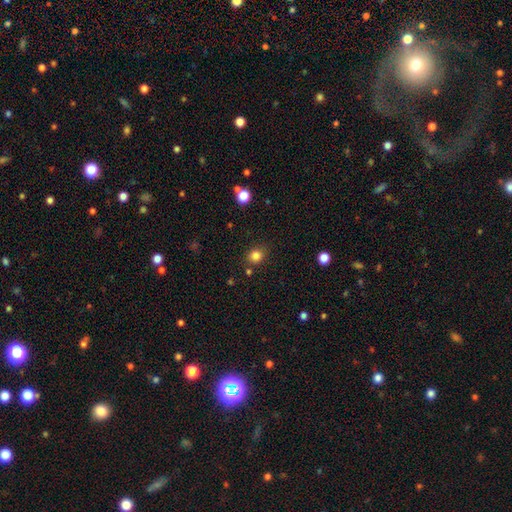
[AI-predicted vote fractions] smooth-or-featured: smooth: 82% | star or artifact: 13% | featured or disk: 5%
  how-rounded: round: 74% | in between: 26% | cigar-shaped: 1%
  merging: none: 82% | minor disturbance: 11% | merger: 4% | major disturbance: 3%